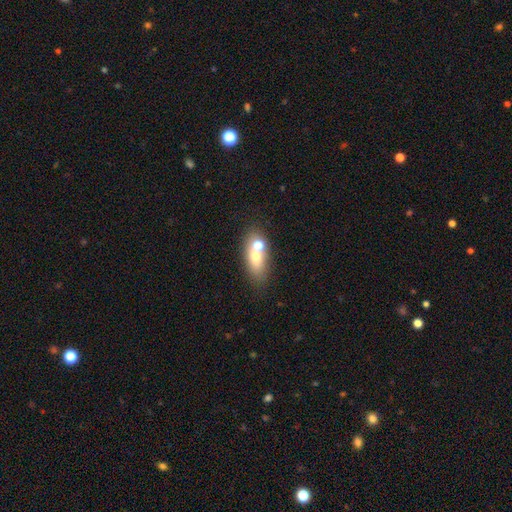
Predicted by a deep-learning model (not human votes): smooth-or-featured: smooth: 63% | featured or disk: 26% | star or artifact: 11%
  how-rounded: in between: 75% | round: 16% | cigar-shaped: 10%
  merging: none: 45% | merger: 40% | minor disturbance: 10% | major disturbance: 5%